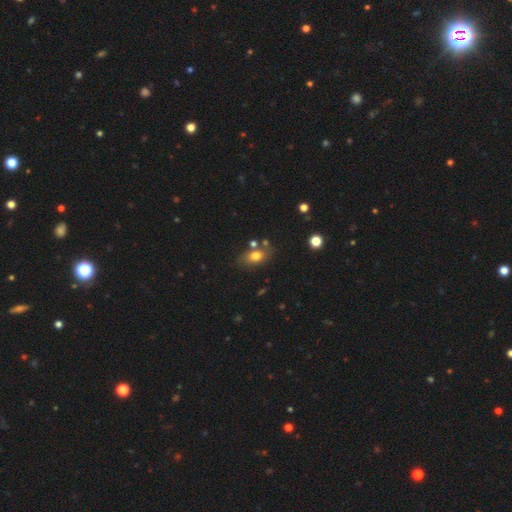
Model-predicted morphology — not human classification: smooth 73%, featured or disk 16%, star or artifact 10%. Down the decision tree: how rounded — in between (81%); merging — none (68%).